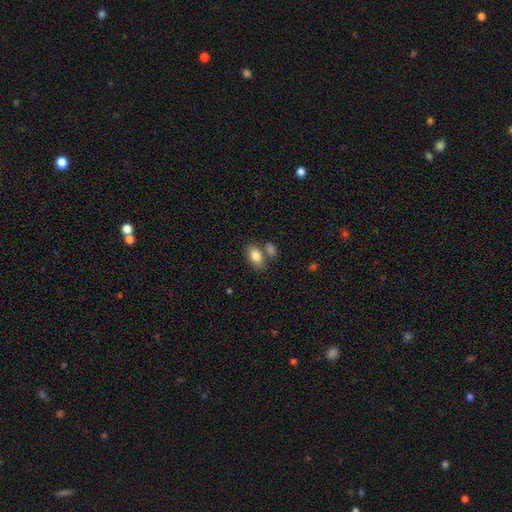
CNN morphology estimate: A smooth galaxy with no disk features (83%) that is in between round and cigar-shaped (87%).

Vote fractions:
- Smooth or featured? smooth: 83% / featured or disk: 9% / star or artifact: 8%
- How rounded? in between: 87% / round: 11% / cigar-shaped: 2%
- Merging? none: 61% / merger: 24% / minor disturbance: 12% / major disturbance: 3%